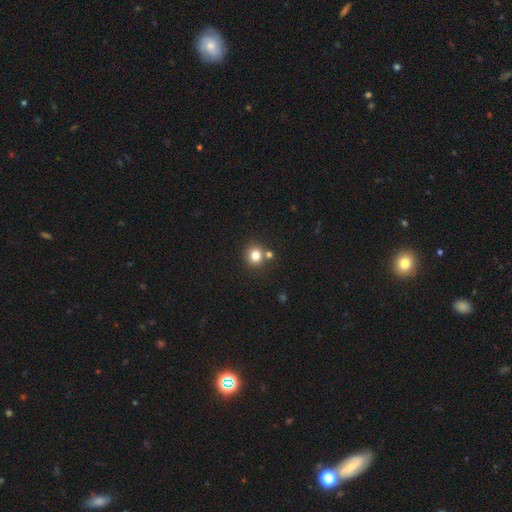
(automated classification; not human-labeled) Smooth or featured?
  - smooth: 74% *
  - star or artifact: 20%
  - featured or disk: 7%
How rounded?
  - round: 91% *
  - in between: 8%
  - cigar-shaped: 1%
Merging?
  - none: 77% *
  - merger: 14%
  - minor disturbance: 7%
  - major disturbance: 2%